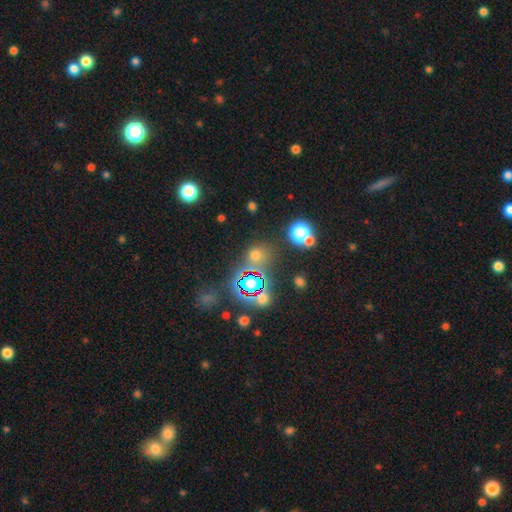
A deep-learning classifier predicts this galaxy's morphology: This appears to be a smooth galaxy with no disk features (54%) that is round (83%). Merging: none (71%).